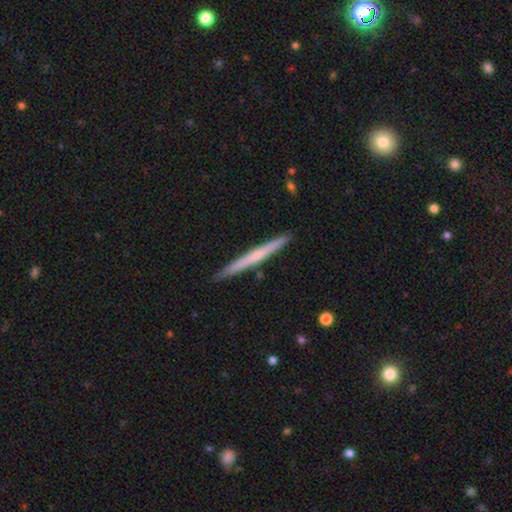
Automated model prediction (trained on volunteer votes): This appears to be a smooth galaxy with no disk features (48%). Merging: none (91%).